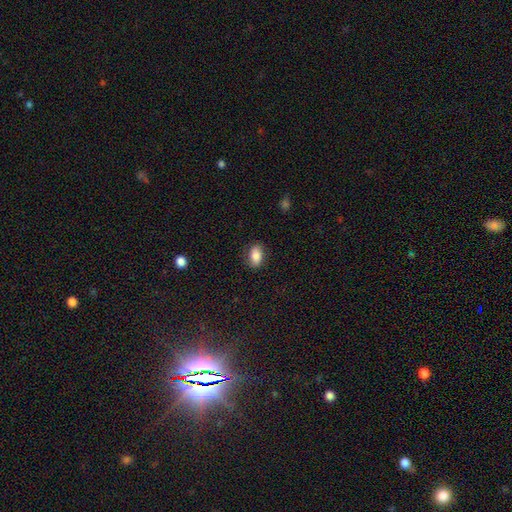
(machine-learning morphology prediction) smooth 84%, featured or disk 8%, star or artifact 8%. Down the decision tree: how rounded — in between (89%); merging — none (84%).